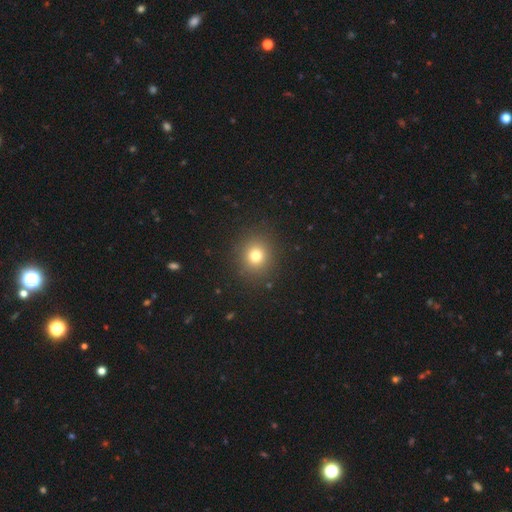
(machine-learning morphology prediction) smooth-or-featured: smooth: 76% | star or artifact: 16% | featured or disk: 8%
  how-rounded: round: 86% | in between: 13% | cigar-shaped: 1%
  merging: none: 90% | minor disturbance: 6% | major disturbance: 3% | merger: 1%